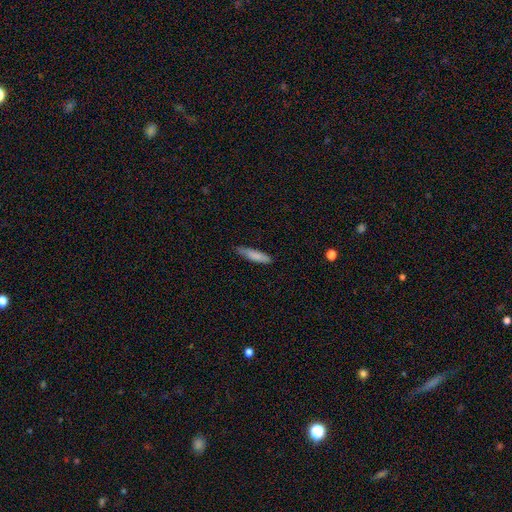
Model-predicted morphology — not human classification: Q: Smooth or featured?
A: smooth (80%); runner-up: featured or disk (14%)
Q: How rounded?
A: cigar-shaped (79%); runner-up: in between (19%)
Q: Merging?
A: none (77%); runner-up: minor disturbance (19%)